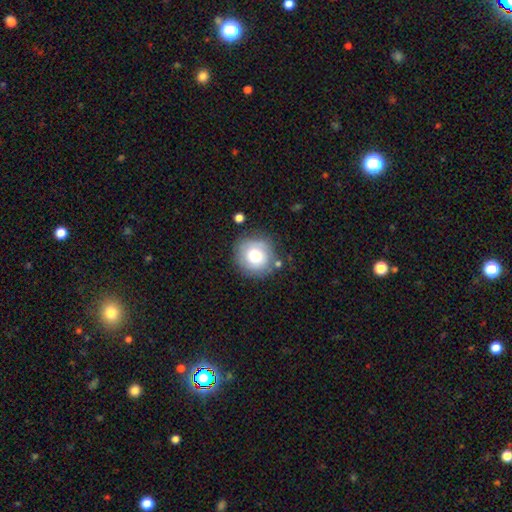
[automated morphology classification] Smooth or featured: smooth — 69% (featured or disk — 22%)
How rounded: round — 89% (in between — 10%)
Merging: none — 74% (minor disturbance — 16%)